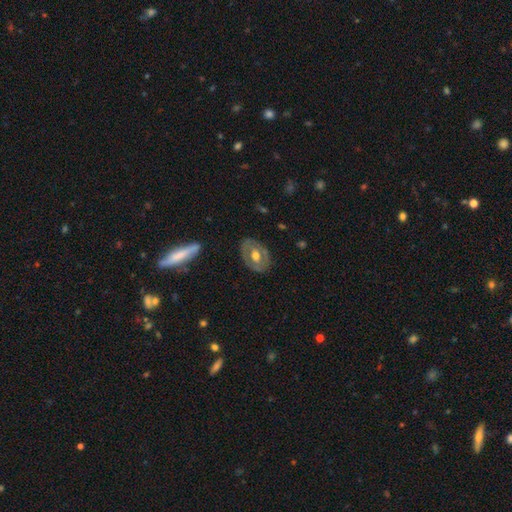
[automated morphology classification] The model was most divided on "smooth or featured": featured or disk: 55%, smooth: 40%, star or artifact: 6%. More confident: edge-on disk — no (91%); merging — none (79%).